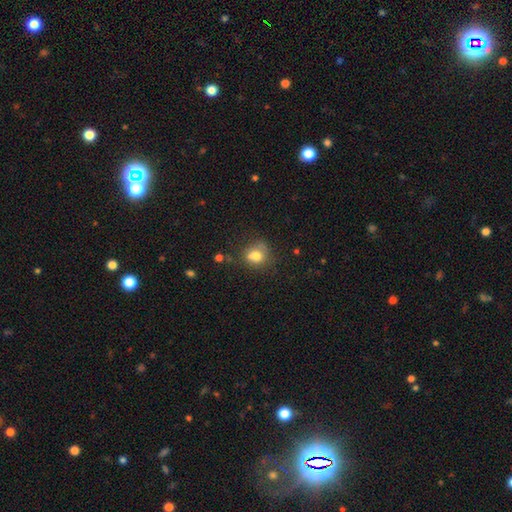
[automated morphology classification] smooth 75%, featured or disk 14%, star or artifact 12%. Down the decision tree: how rounded — round (69%); merging — none (50%).